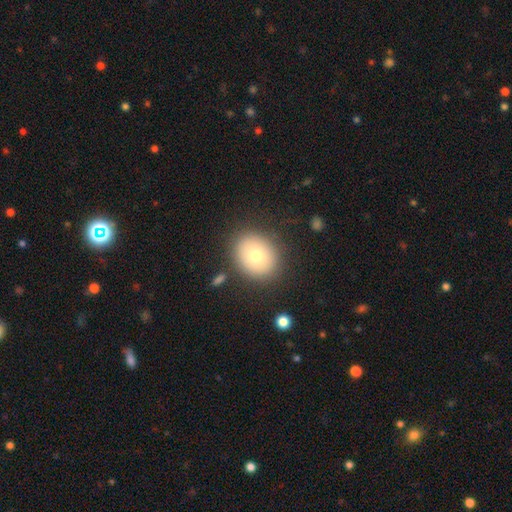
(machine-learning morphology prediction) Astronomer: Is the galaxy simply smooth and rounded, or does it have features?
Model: smooth — 75%.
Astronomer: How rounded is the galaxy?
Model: round — 62%.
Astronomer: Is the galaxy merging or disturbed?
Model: none — 81%.